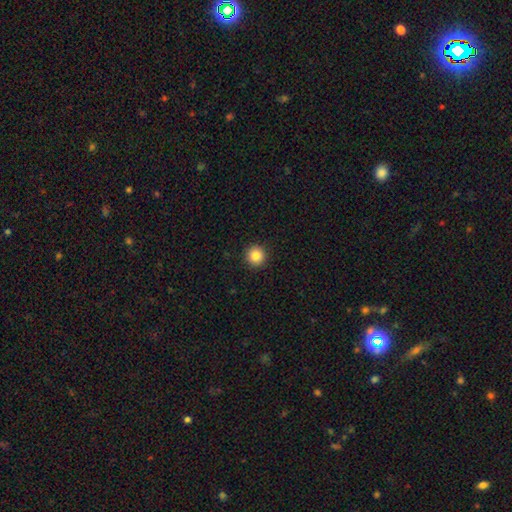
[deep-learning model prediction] smooth_or_featured: smooth (p=0.85) [alt: star or artifact p=0.10]
how_rounded: round (p=0.95) [alt: in between p=0.04]
merging: none (p=0.93) [alt: minor disturbance p=0.04]